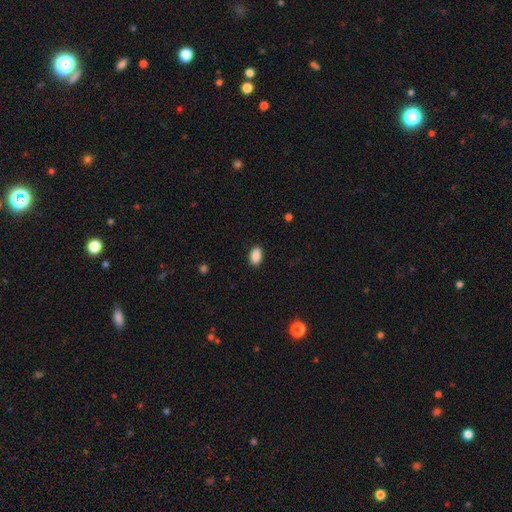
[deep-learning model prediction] Morphology: type=smooth (90%); roundness=in between (92%); merging=none (89%).